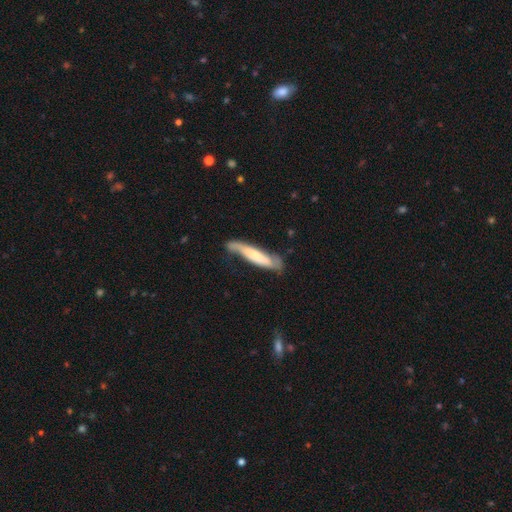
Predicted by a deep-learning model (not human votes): smooth_or_featured: smooth (p=0.49) [alt: featured or disk p=0.45]
merging: none (p=0.53) [alt: minor disturbance p=0.30]